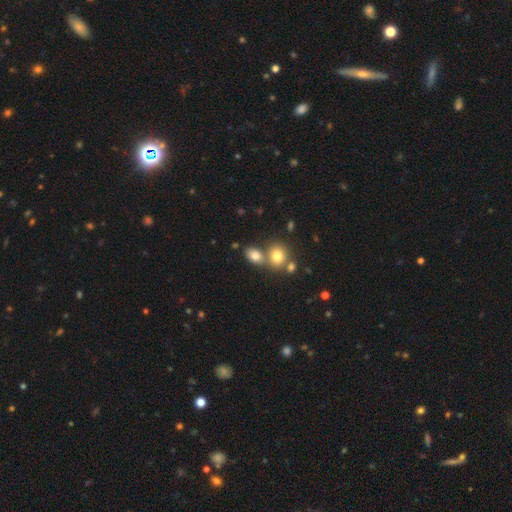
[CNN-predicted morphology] Smooth or featured? Predicted: smooth (p=0.77). How rounded? Predicted: in between (p=0.65). Merging? Predicted: none (p=0.51).